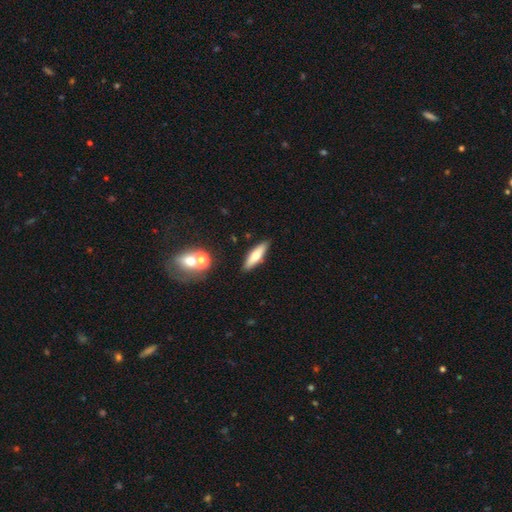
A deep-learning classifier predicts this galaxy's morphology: Smooth or featured: smooth — 59% (featured or disk — 34%)
How rounded: cigar-shaped — 64% (in between — 34%)
Merging: none — 86% (minor disturbance — 8%)